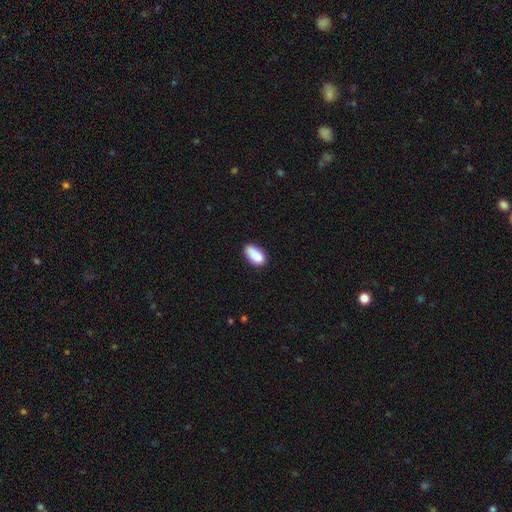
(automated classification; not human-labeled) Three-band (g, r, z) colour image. It shows a smooth galaxy with no disk features (86%) that is in between round and cigar-shaped (91%). Merging: none (68%).